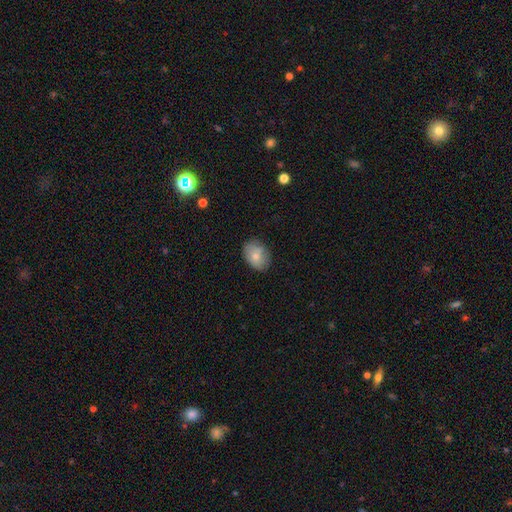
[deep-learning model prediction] This is likely a smooth galaxy (74%). How rounded: likely in between (73%). Merging: likely none (76%).